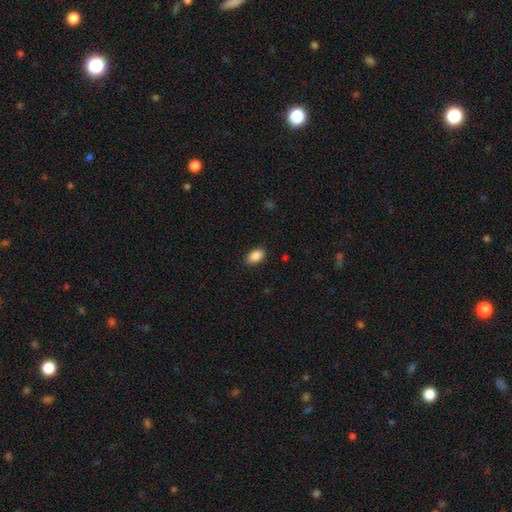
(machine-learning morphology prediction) smooth_or_featured: smooth (p=0.89) [alt: star or artifact p=0.08]
how_rounded: in between (p=0.90) [alt: round p=0.08]
merging: none (p=0.86) [alt: minor disturbance p=0.11]